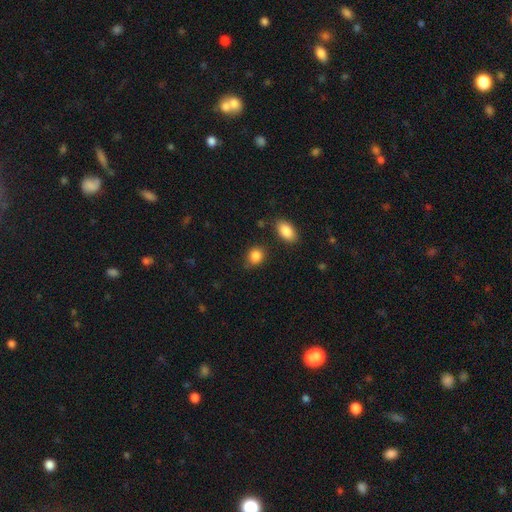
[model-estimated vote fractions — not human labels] Smooth or featured? smooth (87%)
How rounded? round (57%)
Merging? none (72%)